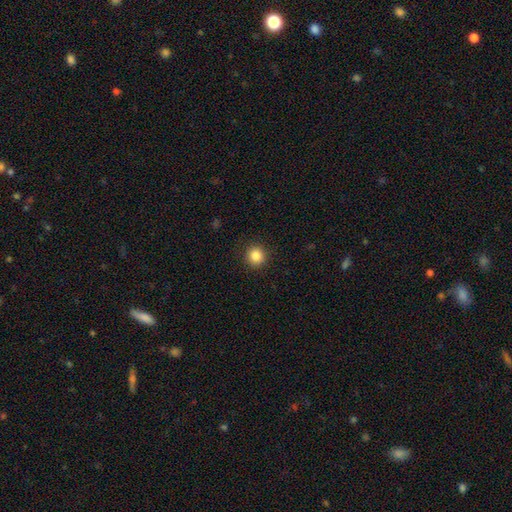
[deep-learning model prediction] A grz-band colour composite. It shows a smooth galaxy with no disk features (86%) that is round (93%). Merging: none (92%).